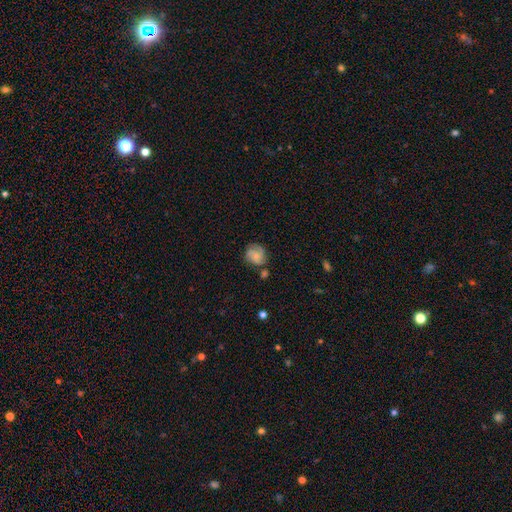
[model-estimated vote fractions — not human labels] smooth_or_featured: featured or disk (p=0.59) [alt: smooth p=0.32]
disk_edge_on: no (p=0.98) [alt: yes p=0.02]
bar: no (p=0.66) [alt: weak p=0.29]
has_spiral_arms: yes (p=0.91) [alt: no p=0.09]
spiral_winding: medium (p=0.43) [alt: tight p=0.42]
spiral_arm_count: 3 (p=0.40) [alt: 2 p=0.33]
bulge_size: small (p=0.50) [alt: none p=0.24]
merging: none (p=0.62) [alt: minor disturbance p=0.21]